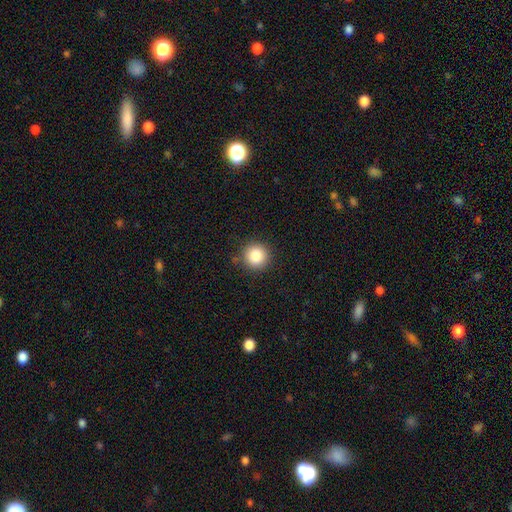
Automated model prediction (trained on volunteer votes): Morphology: type=smooth (85%); roundness=round (95%); merging=none (89%).